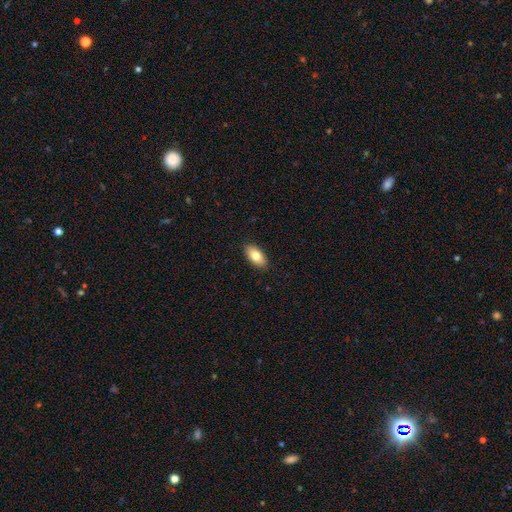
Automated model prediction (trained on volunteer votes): smooth_or_featured: smooth (p=0.78) [alt: featured or disk p=0.15]
how_rounded: in between (p=0.92) [alt: cigar-shaped p=0.05]
merging: none (p=0.90) [alt: minor disturbance p=0.08]